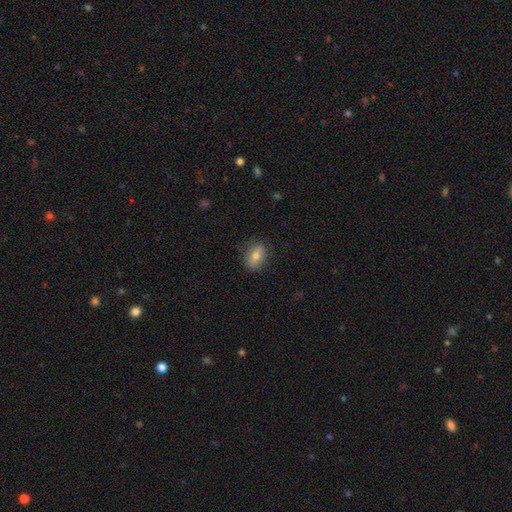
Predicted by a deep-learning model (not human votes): A smooth galaxy with no disk features (70%) that is in between round and cigar-shaped (72%). Merging: none (81%).